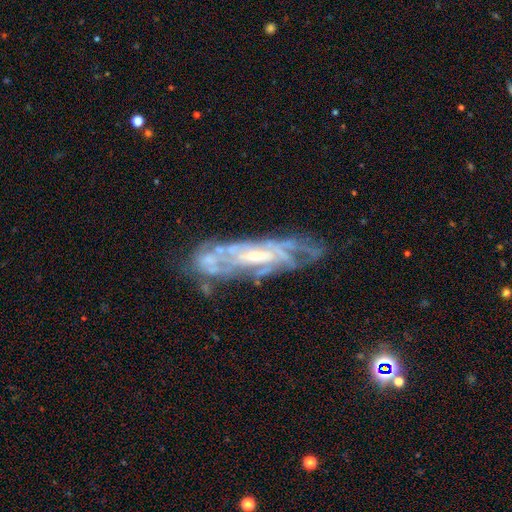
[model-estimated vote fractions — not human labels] Morphology: type=featured or disk (80%); edge-on=no (72%); bar=no (47%); spiral arms=yes (80%); bulge=small (49%); merging=none (64%).